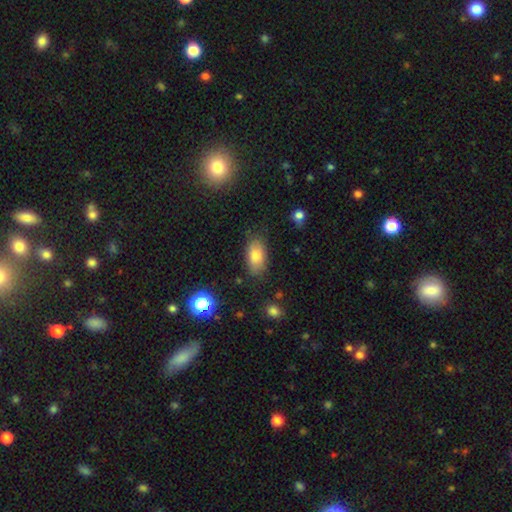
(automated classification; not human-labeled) Q: Smooth or featured?
A: smooth (80%); runner-up: featured or disk (12%)
Q: How rounded?
A: in between (92%); runner-up: round (4%)
Q: Merging?
A: none (78%); runner-up: minor disturbance (16%)